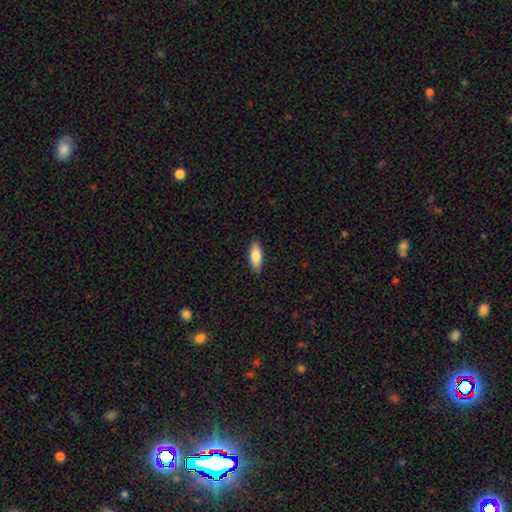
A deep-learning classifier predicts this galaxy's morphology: This is likely a smooth galaxy (79%). How rounded: likely in between (71%). Merging: clearly none (89%).